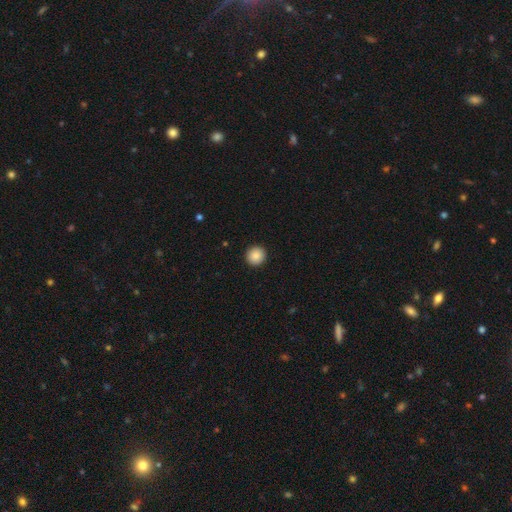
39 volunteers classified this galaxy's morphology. Q: Smooth or featured?
A: smooth (82%); runner-up: featured or disk (13%)
Q: How rounded?
A: round (88%); runner-up: in between (12%)
Q: Merging?
A: none (95%); runner-up: major disturbance (5%)